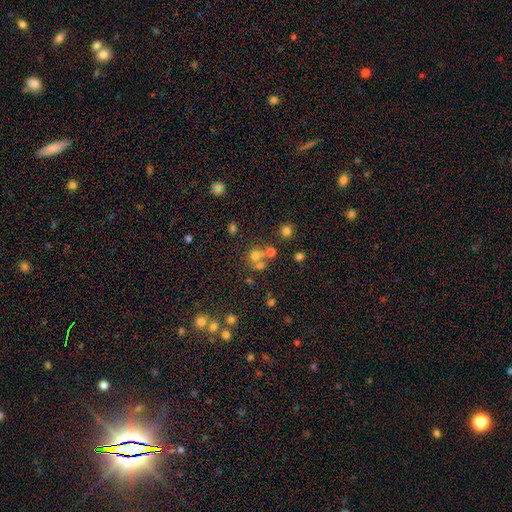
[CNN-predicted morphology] The model was most divided on "merging": none: 45%, merger: 41%, minor disturbance: 9%, major disturbance: 5%. More confident: how rounded — round (79%); smooth or featured — smooth (61%).